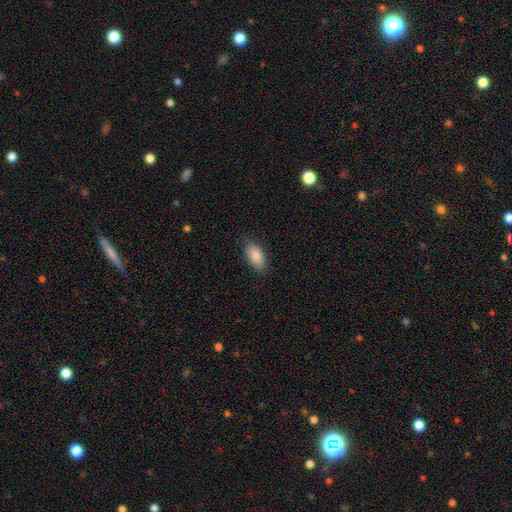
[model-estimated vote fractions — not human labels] smooth 86%, featured or disk 7%, star or artifact 7%. Down the decision tree: how rounded — in between (92%); merging — none (83%).